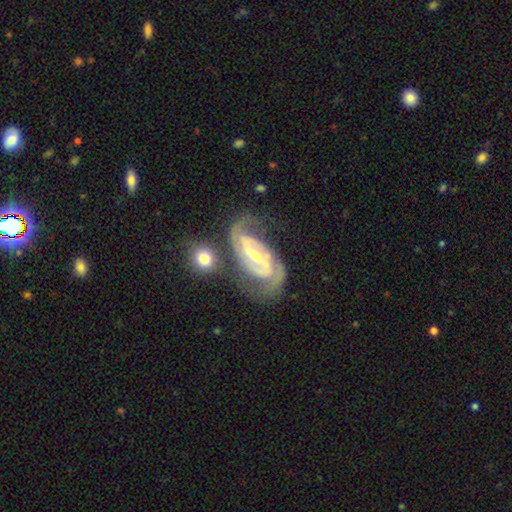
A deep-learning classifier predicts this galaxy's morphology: This appears to be a featured or disk galaxy (90%) with a strong bar (58%), 2 (87%) medium (47%) spiral arms (97%) and a small central bulge (55%). Merging: none (63%).